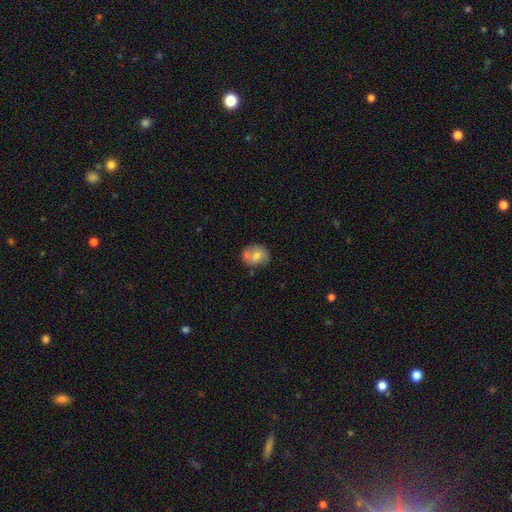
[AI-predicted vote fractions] Smooth or featured: smooth — 59% (featured or disk — 33%)
How rounded: round — 66% (in between — 33%)
Merging: none — 54% (merger — 23%)